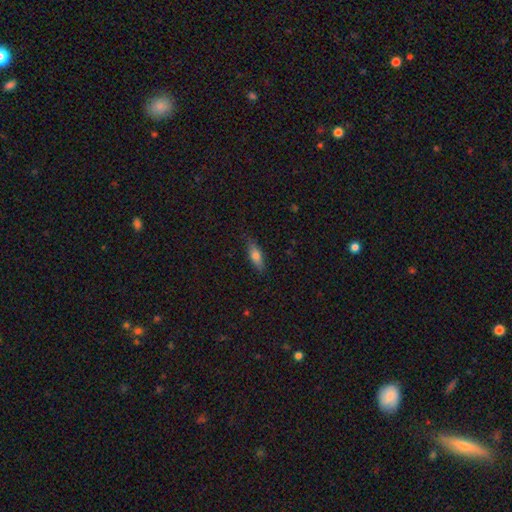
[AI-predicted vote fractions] smooth_or_featured: smooth (p=0.74) [alt: featured or disk p=0.19]
how_rounded: in between (p=0.61) [alt: cigar-shaped p=0.36]
merging: none (p=0.80) [alt: minor disturbance p=0.16]